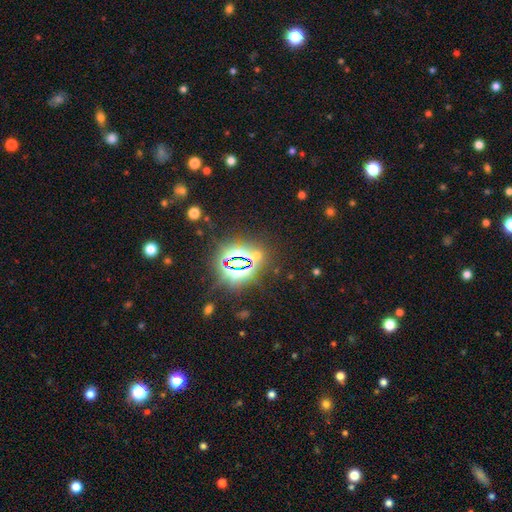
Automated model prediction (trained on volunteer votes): A star or artifact, not a galaxy (78%).

Vote fractions:
- Smooth or featured? star or artifact: 78% / smooth: 15% / featured or disk: 7%